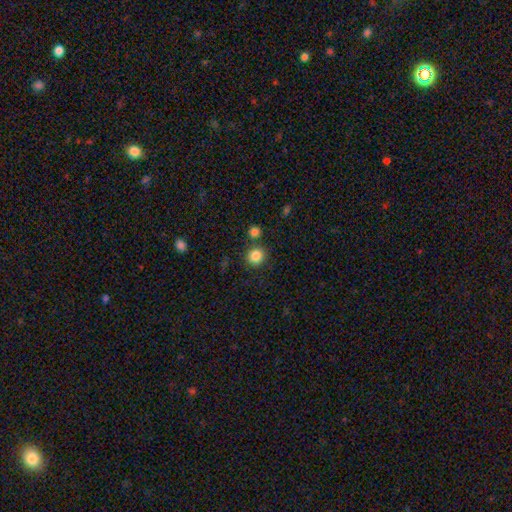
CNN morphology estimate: A smooth galaxy with no disk features (85%) that is round (90%).

Vote fractions:
- Smooth or featured? smooth: 85% / star or artifact: 11% / featured or disk: 4%
- How rounded? round: 90% / in between: 9% / cigar-shaped: 1%
- Merging? none: 81% / merger: 9% / minor disturbance: 8% / major disturbance: 3%